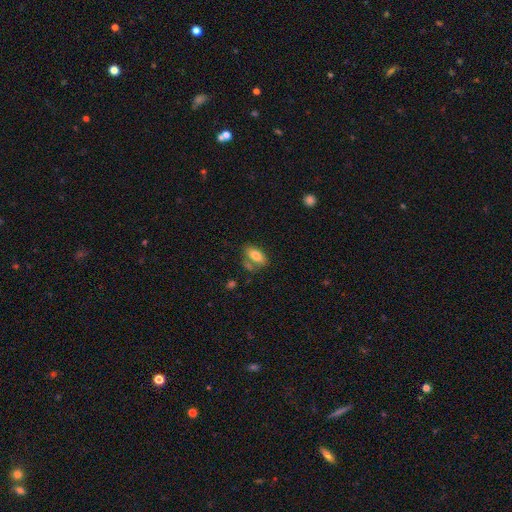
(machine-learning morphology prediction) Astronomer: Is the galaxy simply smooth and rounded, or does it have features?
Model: smooth — 79%.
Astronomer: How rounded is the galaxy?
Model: in between — 87%.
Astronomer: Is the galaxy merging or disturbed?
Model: none — 63%.